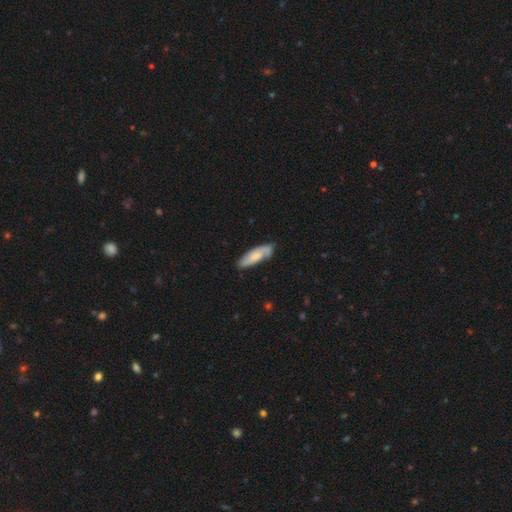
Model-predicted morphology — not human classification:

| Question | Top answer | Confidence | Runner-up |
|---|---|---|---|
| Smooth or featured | smooth | 48% | featured or disk (46%) |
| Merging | none | 74% | minor disturbance (19%) |